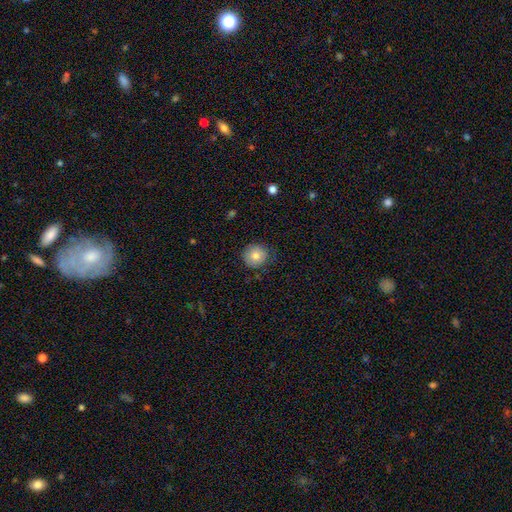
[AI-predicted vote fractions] smooth_or_featured: smooth (p=0.79) [alt: featured or disk p=0.12]
how_rounded: round (p=0.91) [alt: in between p=0.08]
merging: none (p=0.78) [alt: minor disturbance p=0.17]